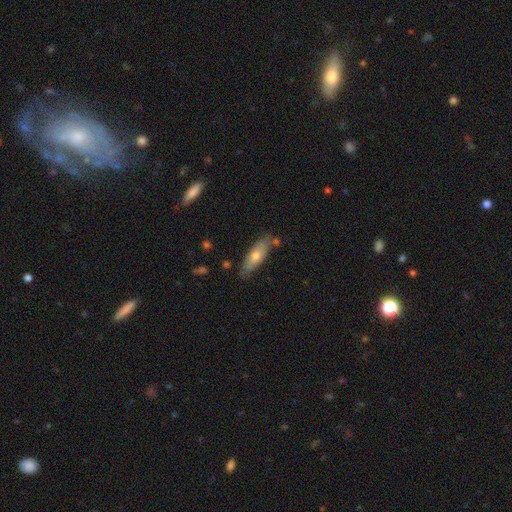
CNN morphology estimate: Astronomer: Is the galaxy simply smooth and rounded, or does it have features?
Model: smooth — 60%.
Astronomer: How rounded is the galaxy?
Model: in between — 59% (runner-up: cigar-shaped, 39%).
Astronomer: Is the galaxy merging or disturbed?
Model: none — 73%.